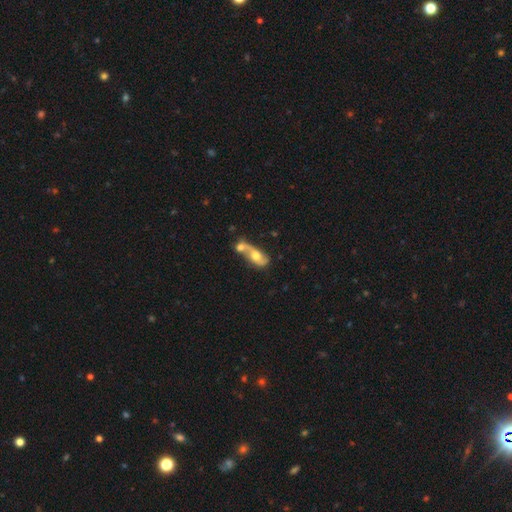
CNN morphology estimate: Smooth or featured? Predicted: featured or disk (p=0.58). Edge-on disk? Predicted: no (p=0.90). Bar? Predicted: no (p=0.69). Spiral arms? Predicted: yes (p=0.74). Bulge size? Predicted: moderate (p=0.66). Merging? Predicted: merger (p=0.58).